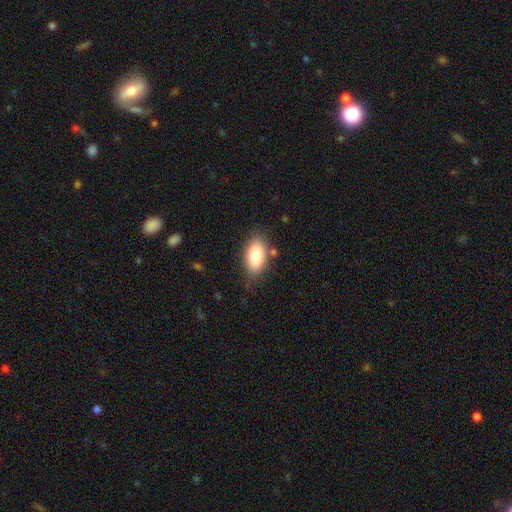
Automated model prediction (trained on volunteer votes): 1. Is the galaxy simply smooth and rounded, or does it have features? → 84% smooth, 9% featured or disk, 7% star or artifact.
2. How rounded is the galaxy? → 93% in between, 5% round, 2% cigar-shaped.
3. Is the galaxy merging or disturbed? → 74% none, 17% minor disturbance, 5% major disturbance, 4% merger.